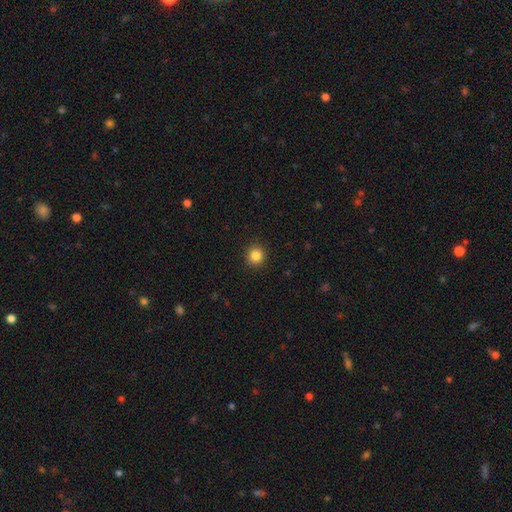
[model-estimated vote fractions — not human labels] Smooth or featured? smooth (85%)
How rounded? round (92%)
Merging? none (92%)